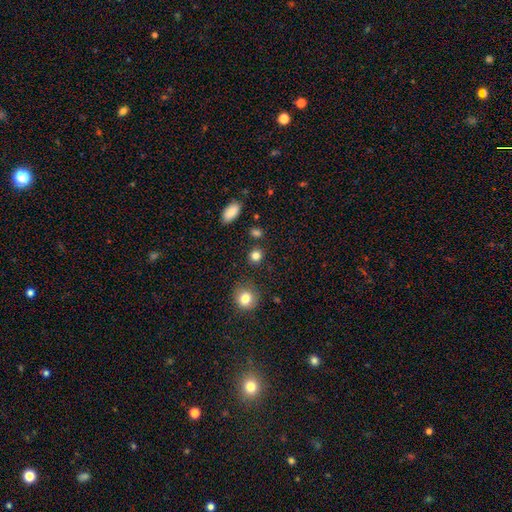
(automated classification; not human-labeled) Smooth or featured: smooth — 83% (star or artifact — 12%)
How rounded: round — 82% (in between — 17%)
Merging: none — 85% (minor disturbance — 8%)